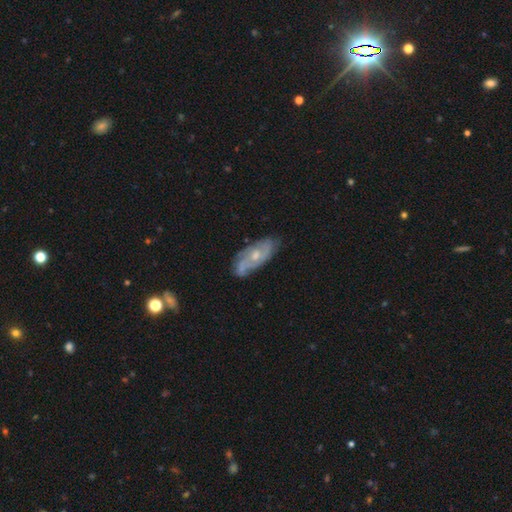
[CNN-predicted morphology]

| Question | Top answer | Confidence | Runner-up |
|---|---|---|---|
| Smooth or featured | featured or disk | 78% | smooth (16%) |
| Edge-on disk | no | 93% | yes (7%) |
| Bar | no | 68% | weak (28%) |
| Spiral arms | yes | 92% | no (8%) |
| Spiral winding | tight | 45% | medium (42%) |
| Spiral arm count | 2 | 32% | can't tell (29%) |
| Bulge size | moderate | 52% | small (43%) |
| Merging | none | 72% | minor disturbance (21%) |